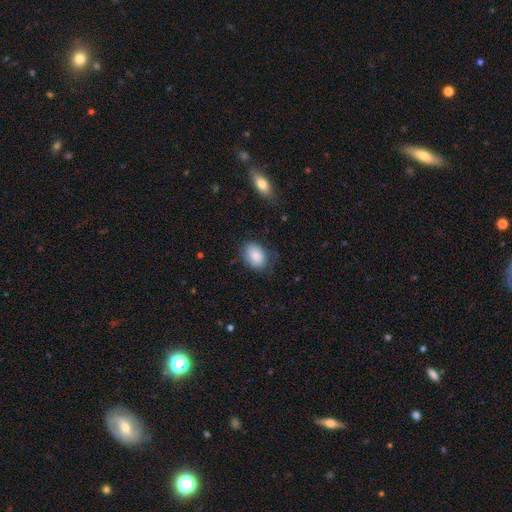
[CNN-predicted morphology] smooth_or_featured: smooth (p=0.83) [alt: featured or disk p=0.10]
how_rounded: in between (p=0.78) [alt: round p=0.21]
merging: none (p=0.68) [alt: minor disturbance p=0.23]